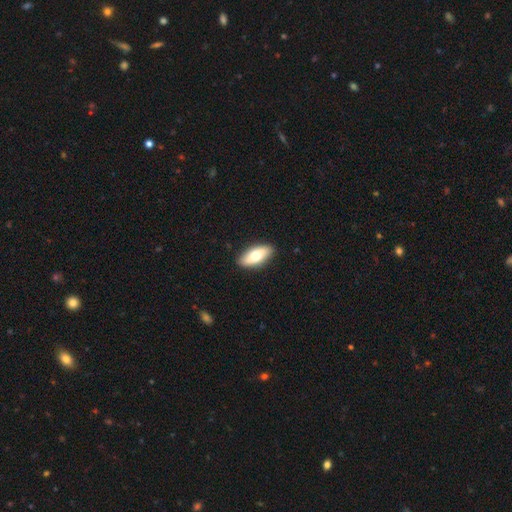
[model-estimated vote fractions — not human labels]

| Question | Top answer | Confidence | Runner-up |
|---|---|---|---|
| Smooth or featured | smooth | 69% | featured or disk (26%) |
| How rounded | in between | 87% | cigar-shaped (10%) |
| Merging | none | 89% | minor disturbance (9%) |